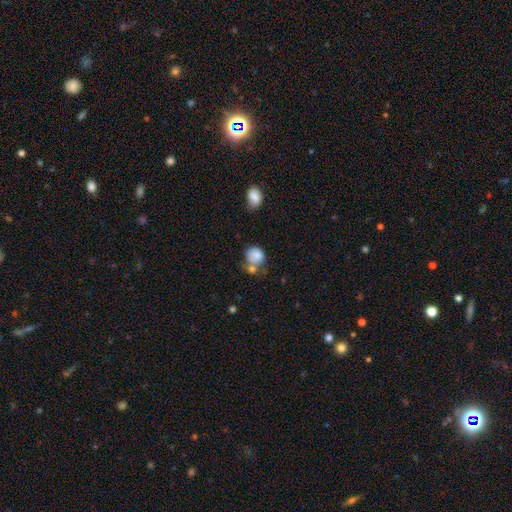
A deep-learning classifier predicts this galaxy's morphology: smooth-or-featured: smooth: 81% | featured or disk: 10% | star or artifact: 9%
  how-rounded: round: 76% | in between: 23% | cigar-shaped: 1%
  merging: none: 43% | merger: 28% | minor disturbance: 21% | major disturbance: 9%